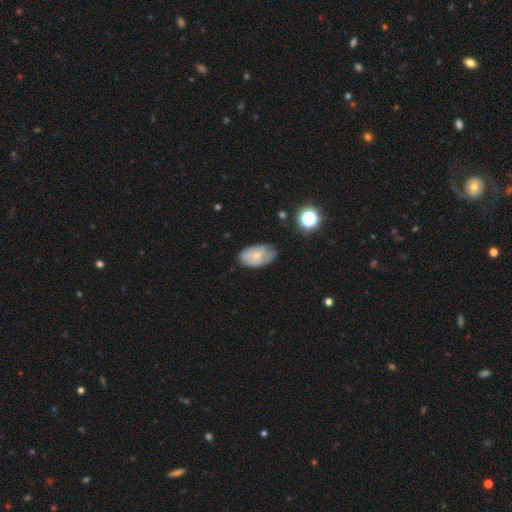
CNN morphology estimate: Smooth or featured? smooth (56%)
How rounded? in between (91%)
Merging? none (60%)